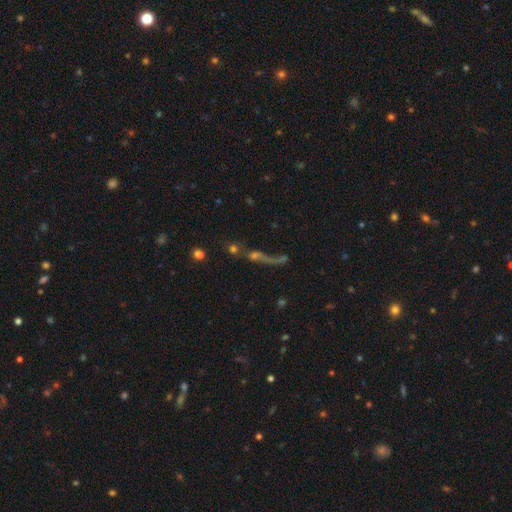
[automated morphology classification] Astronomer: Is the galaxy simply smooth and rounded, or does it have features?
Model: featured or disk — 35% (runner-up: smooth, 33%).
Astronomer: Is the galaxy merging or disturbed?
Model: none — 36% (runner-up: merger, 30%).